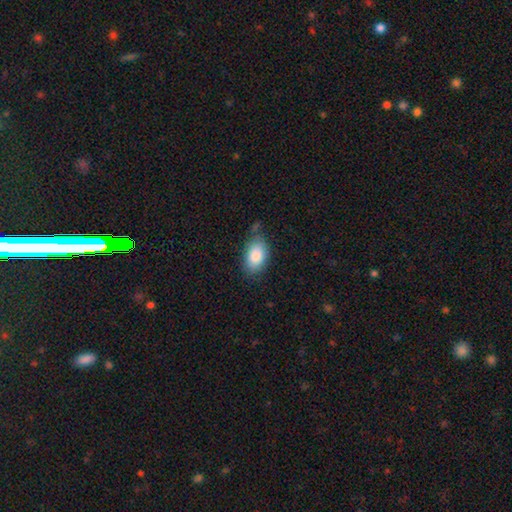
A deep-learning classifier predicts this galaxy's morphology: A smooth galaxy with no disk features (86%) that is in between round and cigar-shaped (91%). Merging: none (71%).